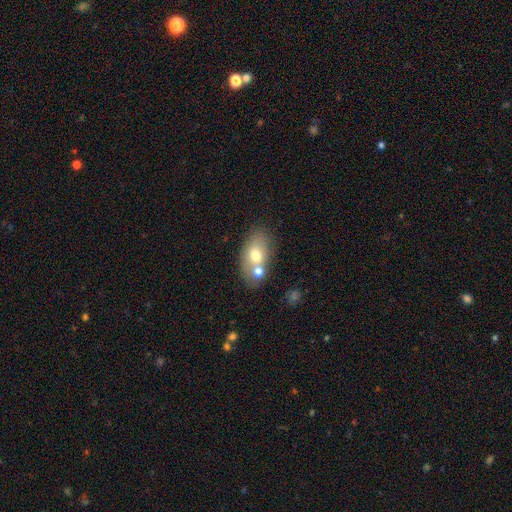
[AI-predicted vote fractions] Smooth or featured?
  - smooth: 66% *
  - featured or disk: 26%
  - star or artifact: 8%
How rounded?
  - in between: 87% *
  - round: 10%
  - cigar-shaped: 2%
Merging?
  - none: 50% *
  - merger: 33%
  - minor disturbance: 13%
  - major disturbance: 4%